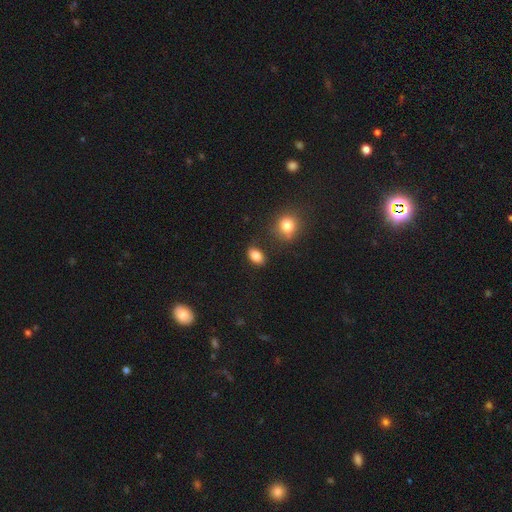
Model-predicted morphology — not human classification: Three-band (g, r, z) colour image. It shows a smooth galaxy with no disk features (85%) that is in between round and cigar-shaped (86%). Merging: none (78%).